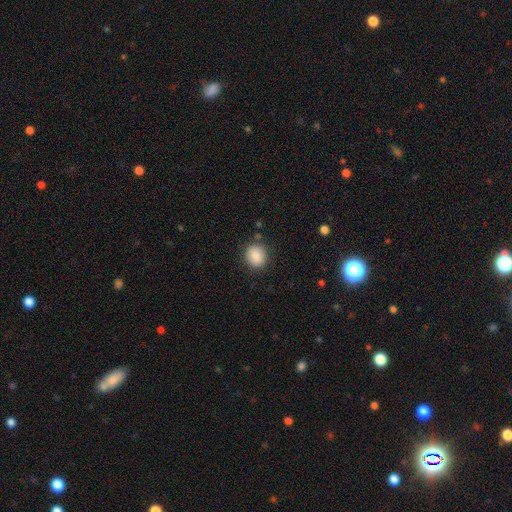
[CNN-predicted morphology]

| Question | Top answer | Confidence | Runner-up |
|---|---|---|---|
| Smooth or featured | smooth | 86% | star or artifact (8%) |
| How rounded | round | 76% | in between (23%) |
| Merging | none | 85% | minor disturbance (10%) |